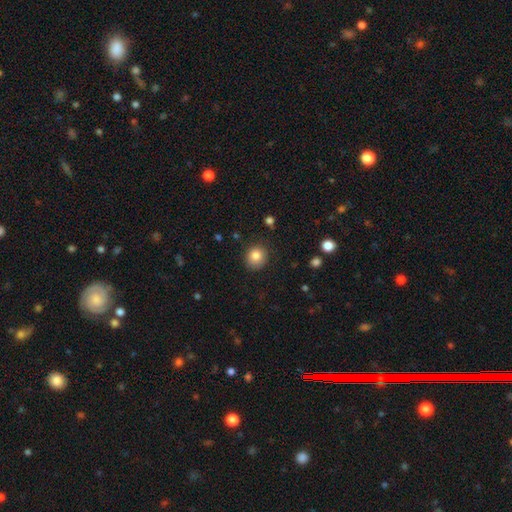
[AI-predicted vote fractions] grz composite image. It shows a smooth galaxy with no disk features (84%) that is round (86%). Merging: none (85%).